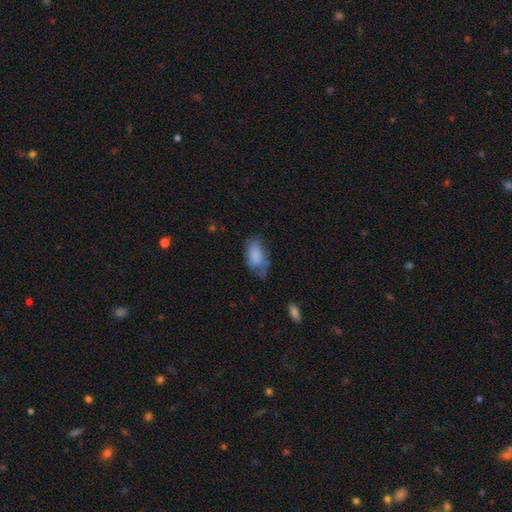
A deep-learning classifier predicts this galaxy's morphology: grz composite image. It shows a smooth galaxy with no disk features (77%) that is in between round and cigar-shaped (92%). Merging: none (44%).